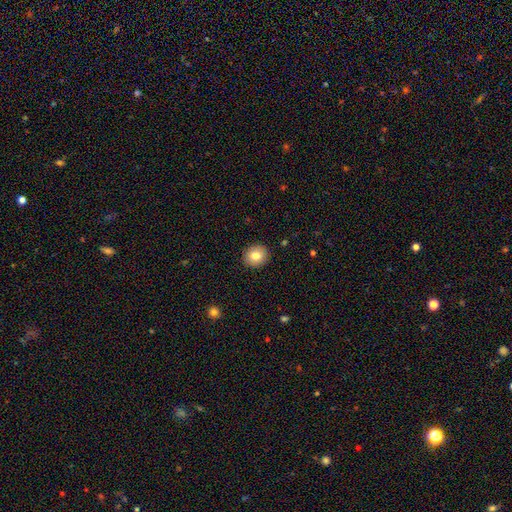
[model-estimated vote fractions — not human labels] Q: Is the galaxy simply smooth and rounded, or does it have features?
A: smooth — 82%.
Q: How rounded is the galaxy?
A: round — 83%.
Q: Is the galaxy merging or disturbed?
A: none — 91%.